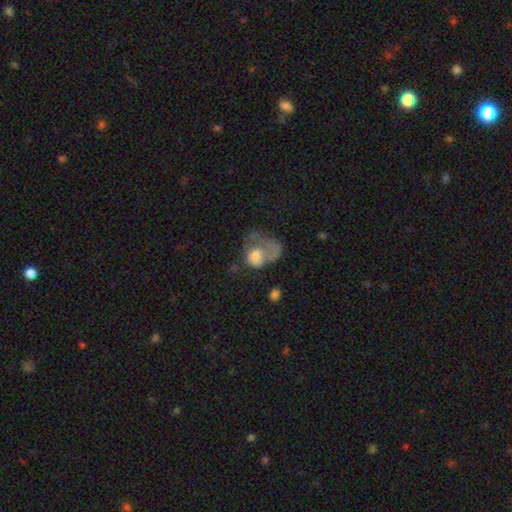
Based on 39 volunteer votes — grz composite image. It shows a smooth galaxy with no disk features (56%) that is round (50%, tied with in between). Merging: major disturbance (50%).